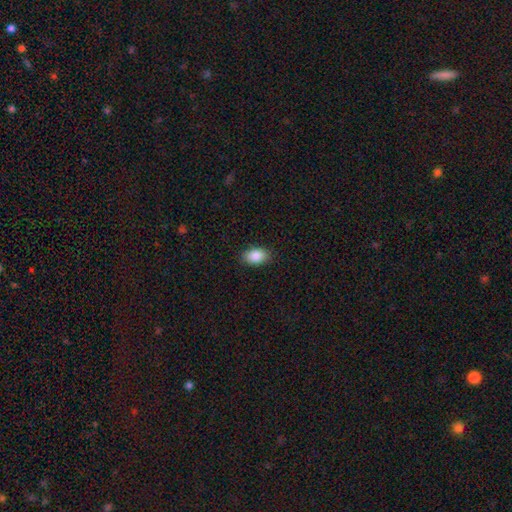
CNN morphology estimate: Smooth or featured?
  - smooth: 88% *
  - star or artifact: 7%
  - featured or disk: 4%
How rounded?
  - in between: 90% *
  - round: 9%
  - cigar-shaped: 1%
Merging?
  - none: 88% *
  - minor disturbance: 9%
  - major disturbance: 2%
  - merger: 1%